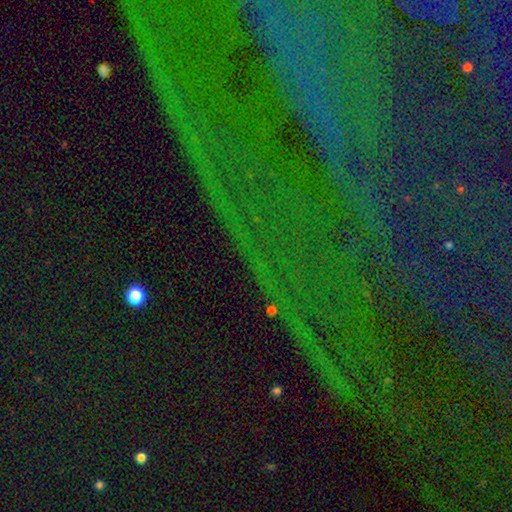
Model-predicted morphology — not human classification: The model was most divided on "smooth or featured": star or artifact: 84%, featured or disk: 9%, smooth: 7%.